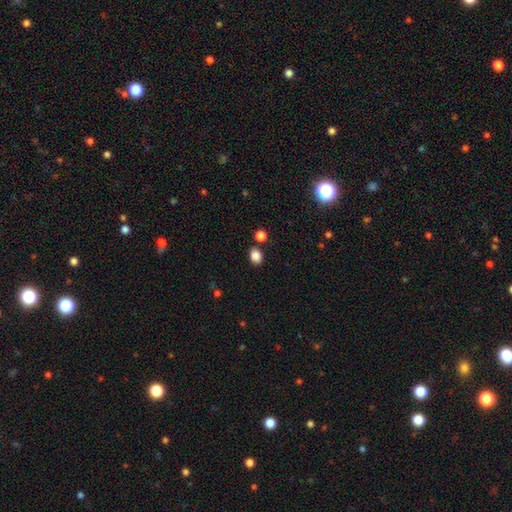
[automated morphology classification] This appears to be a smooth galaxy with no disk features (86%) that is in between round and cigar-shaped (61%). Merging: none (79%).